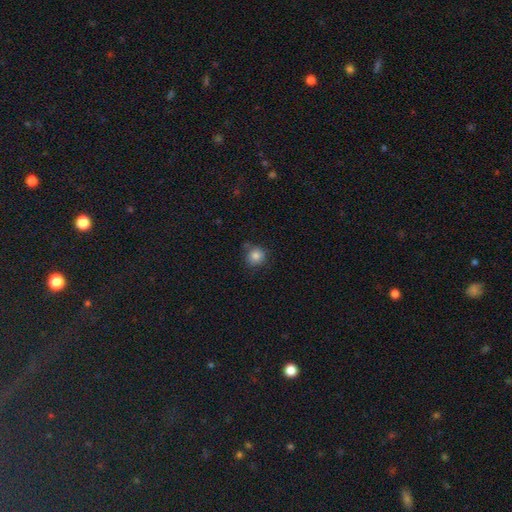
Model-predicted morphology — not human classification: A smooth galaxy with no disk features (83%) that is round (90%). Merging: none (75%).